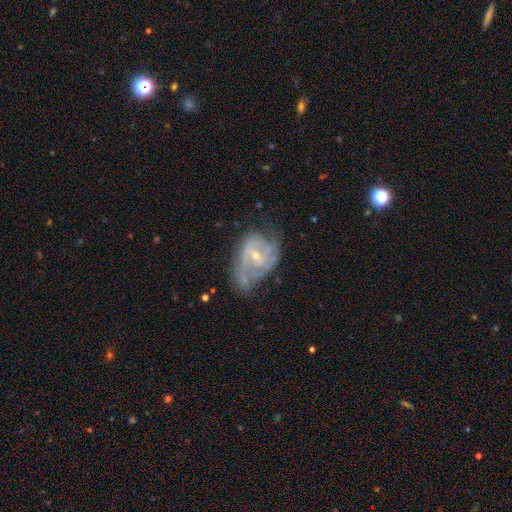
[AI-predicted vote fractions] This is likely a featured or disk galaxy (79%). It is clearly not viewed edge-on (97%). Bar: possibly weak (47%). Spiral arm pattern: clearly yes (84%). Spiral arm count: possibly 2 (46%). Spiral winding: marginally medium (42%). Central bulge: likely small (66%). Merging: marginally none (42%).